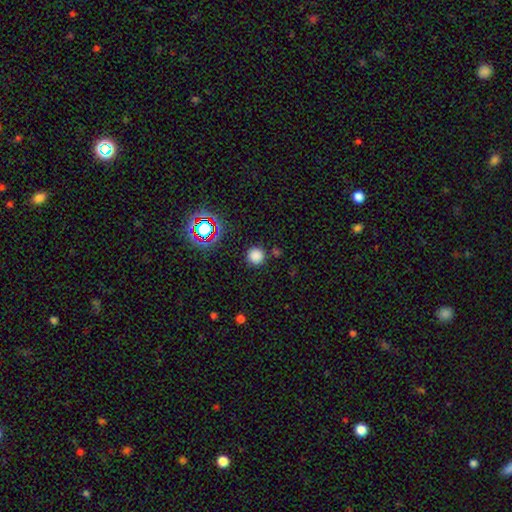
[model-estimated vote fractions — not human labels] Smooth or featured: smooth — 78% (star or artifact — 17%)
How rounded: round — 95% (in between — 4%)
Merging: none — 87% (minor disturbance — 7%)